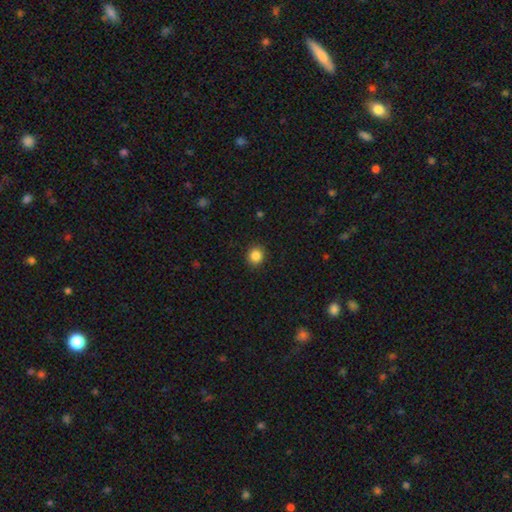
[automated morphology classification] smooth-or-featured: smooth: 86% | star or artifact: 10% | featured or disk: 4%
  how-rounded: round: 89% | in between: 10% | cigar-shaped: 1%
  merging: none: 91% | minor disturbance: 6% | major disturbance: 2% | merger: 1%